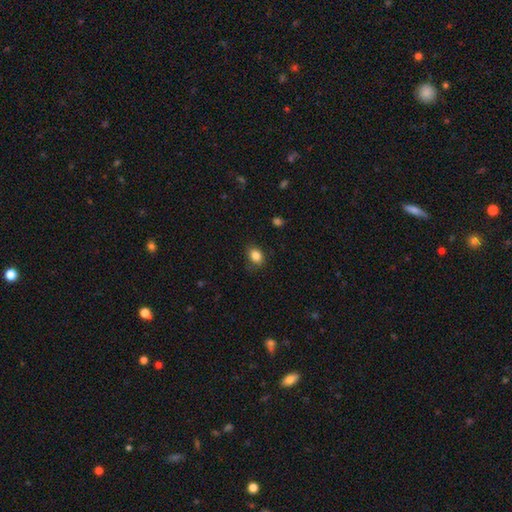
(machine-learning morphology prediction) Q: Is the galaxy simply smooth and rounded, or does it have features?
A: smooth — 85%.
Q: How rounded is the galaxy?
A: in between — 61%.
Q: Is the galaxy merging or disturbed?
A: none — 82%.